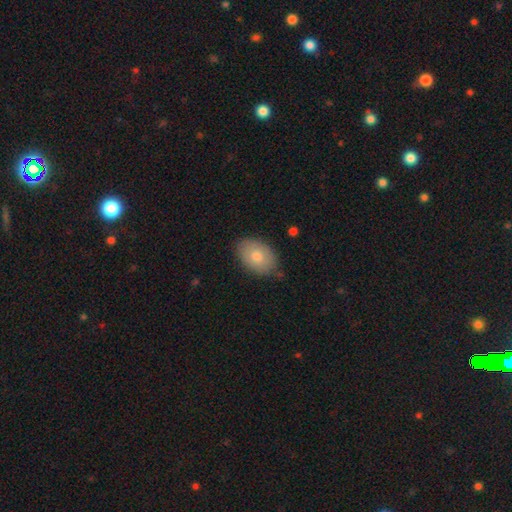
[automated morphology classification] Smooth or featured? Predicted: smooth (p=0.76). How rounded? Predicted: in between (p=0.85). Merging? Predicted: none (p=0.81).